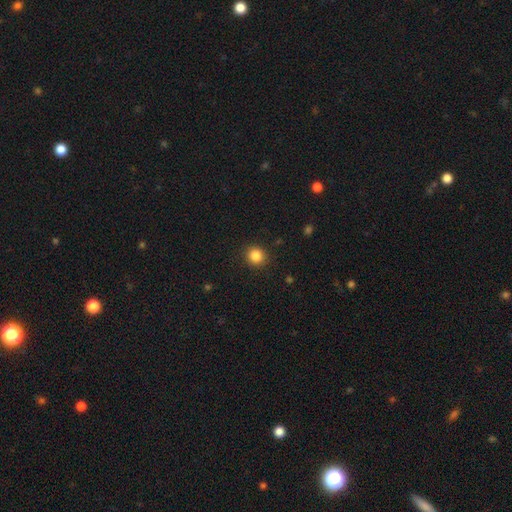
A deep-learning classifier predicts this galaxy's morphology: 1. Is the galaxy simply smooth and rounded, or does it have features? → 85% smooth, 11% star or artifact, 4% featured or disk.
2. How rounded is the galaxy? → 89% round, 10% in between, 1% cigar-shaped.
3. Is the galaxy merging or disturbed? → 91% none, 6% minor disturbance, 2% major disturbance, 1% merger.